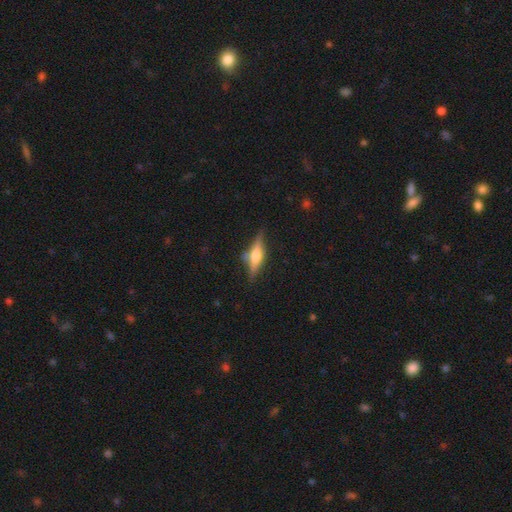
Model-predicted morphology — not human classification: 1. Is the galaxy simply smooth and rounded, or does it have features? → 58% featured or disk, 35% smooth, 7% star or artifact.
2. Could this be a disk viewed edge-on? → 93% yes, 7% no.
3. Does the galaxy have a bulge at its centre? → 86% rounded, 10% boxy, 5% none.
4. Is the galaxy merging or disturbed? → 76% none, 15% minor disturbance, 5% merger, 4% major disturbance.